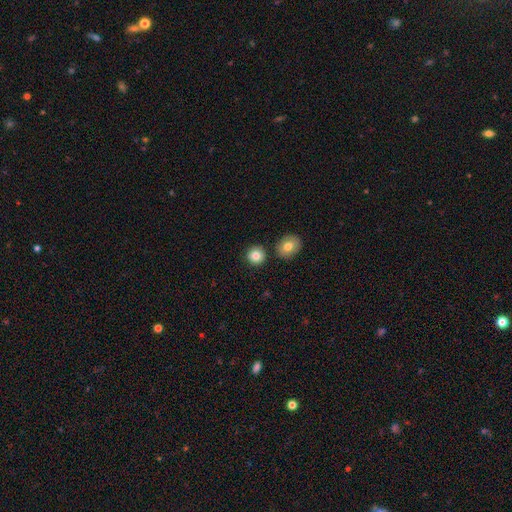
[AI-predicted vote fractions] smooth-or-featured: smooth: 84% | star or artifact: 9% | featured or disk: 7%
  how-rounded: round: 88% | in between: 11% | cigar-shaped: 1%
  merging: none: 83% | minor disturbance: 8% | merger: 7% | major disturbance: 2%